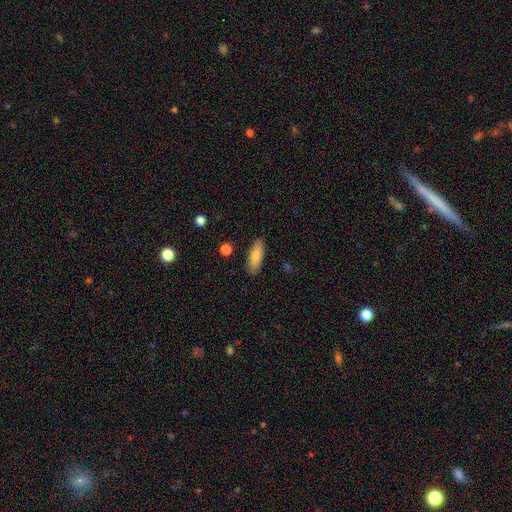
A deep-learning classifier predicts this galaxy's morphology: The model was most divided on "how rounded": in between: 63%, cigar-shaped: 35%, round: 2%. More confident: merging — none (87%); smooth or featured — smooth (84%).